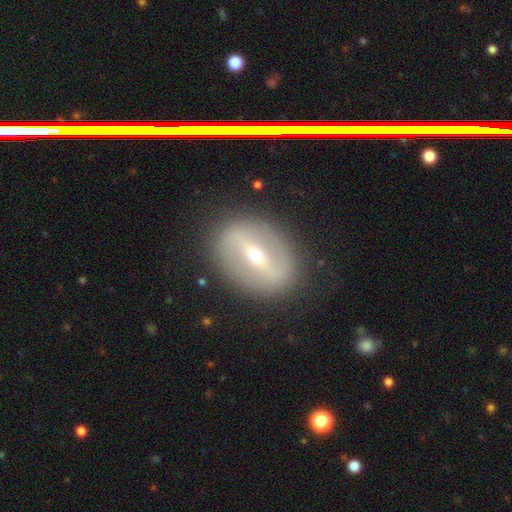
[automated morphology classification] A featured or disk galaxy (69%) with a strong bar (66%), no spiral arms (71%) and a small central bulge (53%). Merging: none (86%).